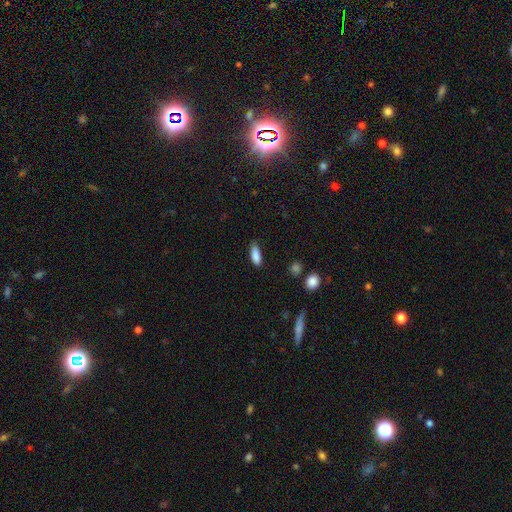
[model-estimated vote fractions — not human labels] smooth_or_featured: smooth (p=0.87) [alt: star or artifact p=0.07]
how_rounded: in between (p=0.69) [alt: cigar-shaped p=0.29]
merging: none (p=0.78) [alt: minor disturbance p=0.18]